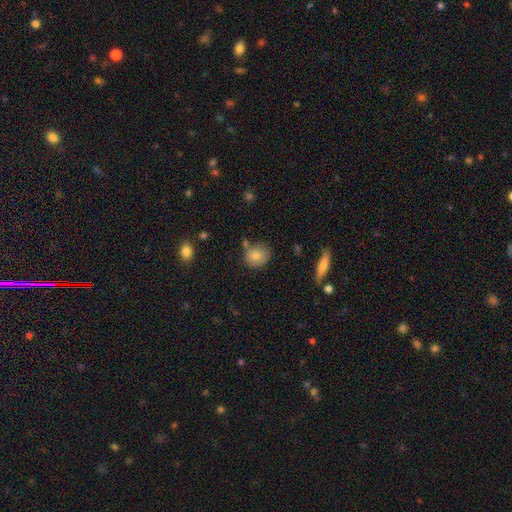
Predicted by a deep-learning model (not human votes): This is clearly a smooth galaxy (80%). How rounded: likely round (70%). Merging: likely none (68%).